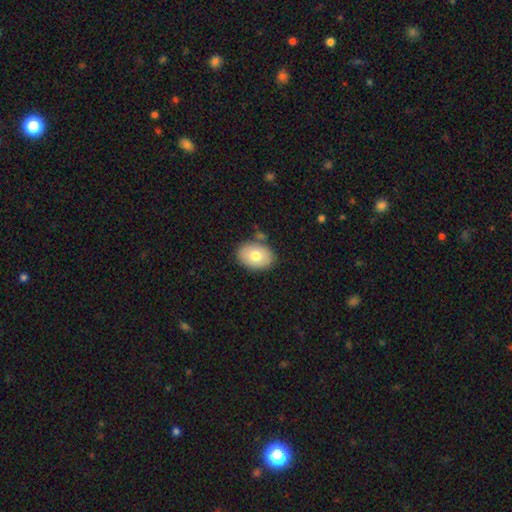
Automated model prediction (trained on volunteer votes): Smooth or featured? smooth (75%)
How rounded? in between (77%)
Merging? none (80%)